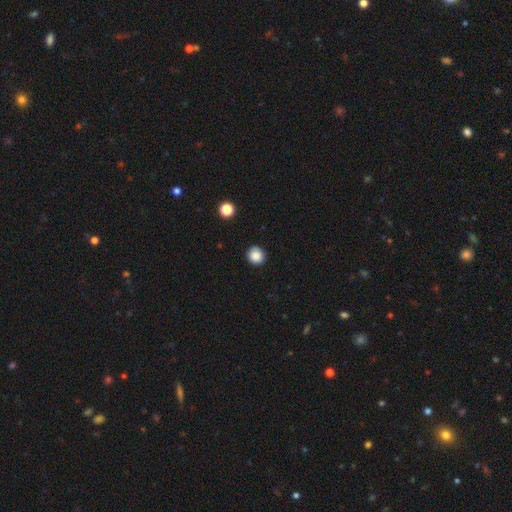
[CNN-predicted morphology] smooth_or_featured: smooth (p=0.86) [alt: star or artifact p=0.10]
how_rounded: round (p=0.91) [alt: in between p=0.08]
merging: none (p=0.91) [alt: minor disturbance p=0.06]